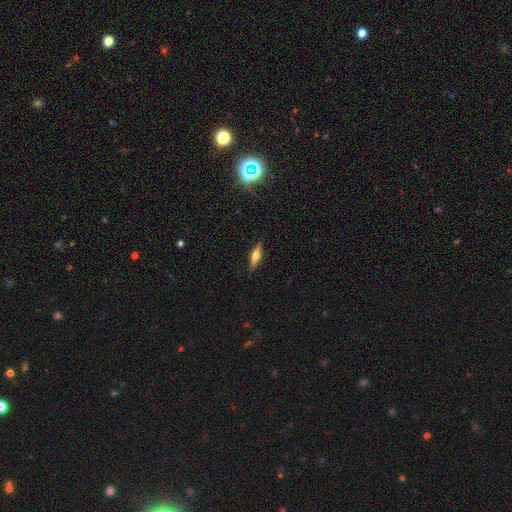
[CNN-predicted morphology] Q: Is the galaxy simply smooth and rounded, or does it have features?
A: featured or disk — 55%.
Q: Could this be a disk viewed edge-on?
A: yes — 93%.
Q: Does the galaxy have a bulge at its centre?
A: rounded — 92%.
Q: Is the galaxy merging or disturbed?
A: none — 87%.